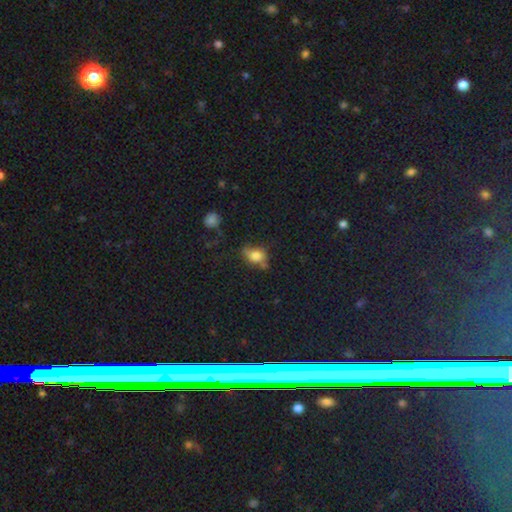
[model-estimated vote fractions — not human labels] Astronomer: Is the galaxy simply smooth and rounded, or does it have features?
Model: smooth — 74%.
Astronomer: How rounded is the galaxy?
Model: in between — 59% (runner-up: round, 39%).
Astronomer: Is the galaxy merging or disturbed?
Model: none — 49% (runner-up: minor disturbance, 29%).